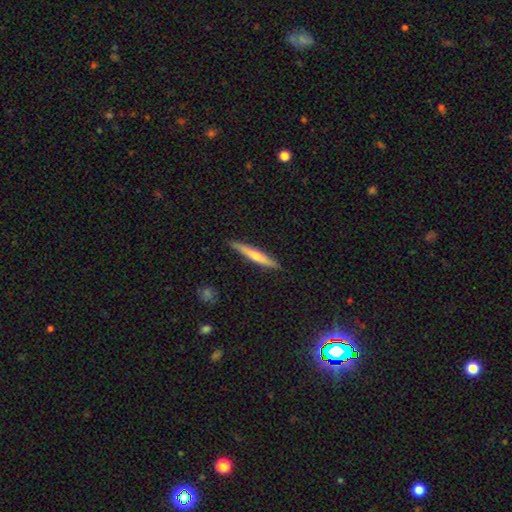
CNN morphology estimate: smooth 47% (tied), featured or disk 47% (tied), star or artifact 6%. Down the decision tree: merging — none (88%).